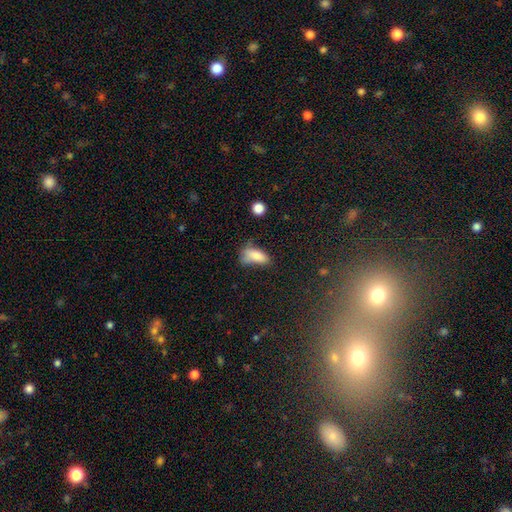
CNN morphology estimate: smooth 77%, featured or disk 12%, star or artifact 10%. Down the decision tree: how rounded — in between (84%); merging — minor disturbance (35%).